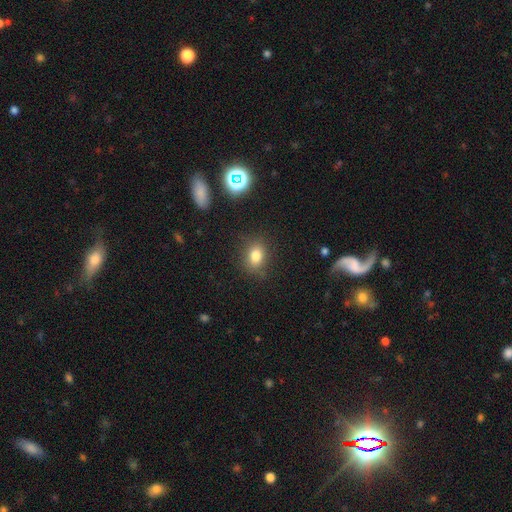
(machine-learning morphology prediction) This appears to be a smooth galaxy with no disk features (80%) that is in between round and cigar-shaped (60%). Merging: none (82%).